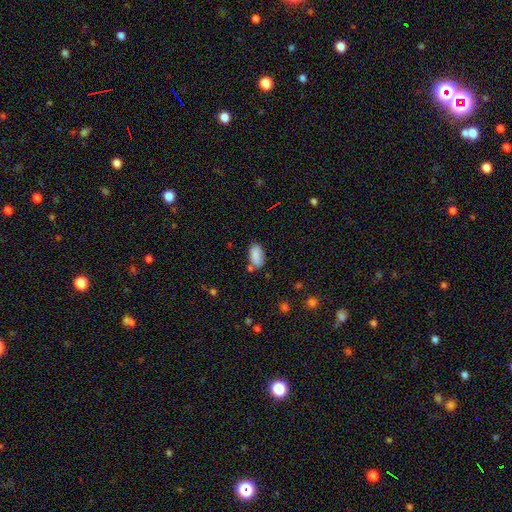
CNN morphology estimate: Smooth or featured: smooth — 86% (star or artifact — 8%)
How rounded: in between — 94% (round — 4%)
Merging: none — 67% (minor disturbance — 19%)